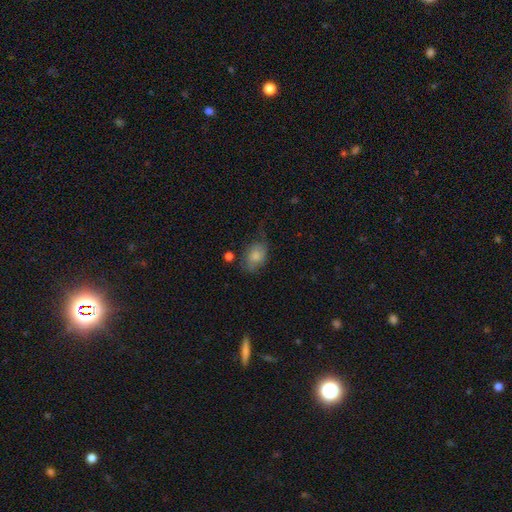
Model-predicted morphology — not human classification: Smooth or featured?
  - smooth: 73% *
  - featured or disk: 19%
  - star or artifact: 8%
How rounded?
  - in between: 75% *
  - round: 23%
  - cigar-shaped: 1%
Merging?
  - none: 46% *
  - minor disturbance: 32%
  - major disturbance: 19%
  - merger: 4%